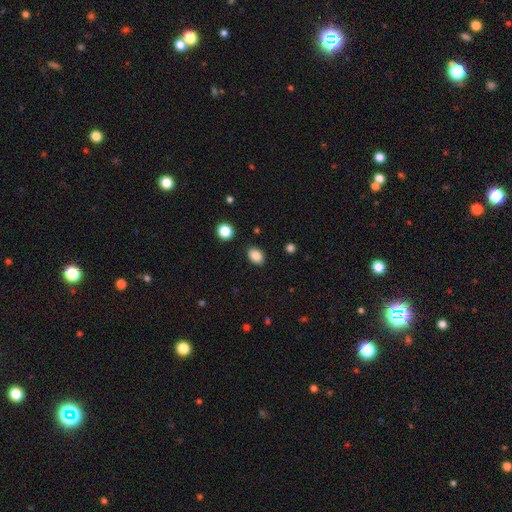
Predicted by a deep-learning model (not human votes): smooth-or-featured: smooth: 87% | star or artifact: 9% | featured or disk: 4%
  how-rounded: in between: 77% | round: 22% | cigar-shaped: 1%
  merging: none: 87% | minor disturbance: 9% | major disturbance: 2% | merger: 2%